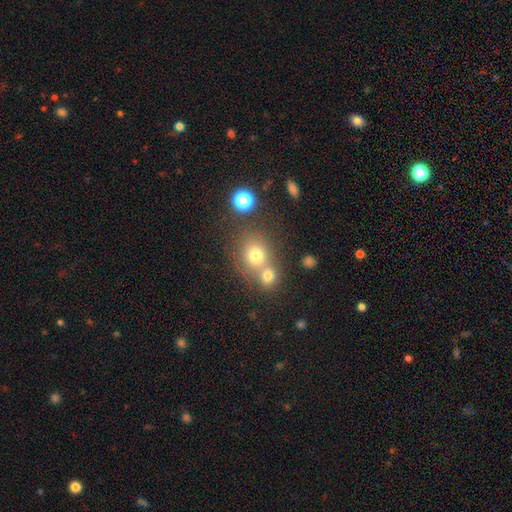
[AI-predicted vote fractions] Smooth or featured?
  - smooth: 72% *
  - star or artifact: 15%
  - featured or disk: 13%
How rounded?
  - round: 78% *
  - in between: 21%
  - cigar-shaped: 1%
Merging?
  - none: 45% *
  - merger: 43%
  - minor disturbance: 8%
  - major disturbance: 4%